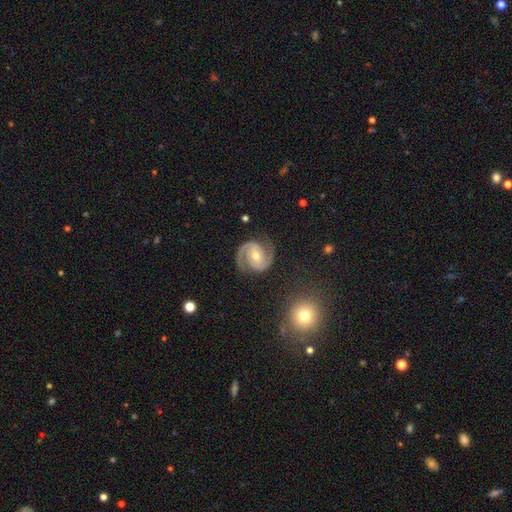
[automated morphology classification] Smooth or featured: featured or disk — 91% (star or artifact — 5%)
Edge-on disk: no — 98% (yes — 2%)
Bar: no — 43% (weak — 37%)
Spiral arms: yes — 98% (no — 2%)
Spiral winding: medium — 48% (tight — 45%)
Spiral arm count: 2 — 94% (can't tell — 2%)
Bulge size: moderate — 69% (small — 26%)
Merging: none — 83% (minor disturbance — 11%)